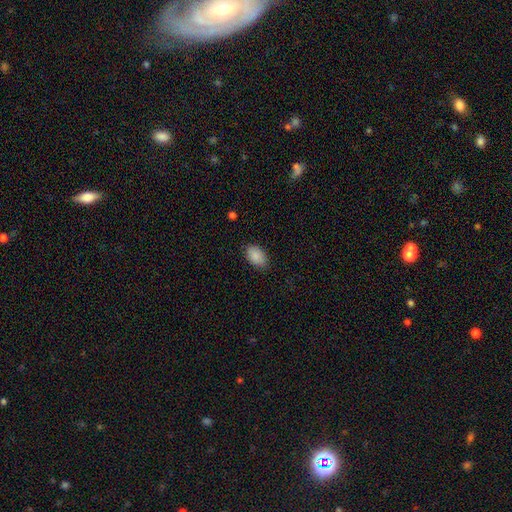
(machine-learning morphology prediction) Smooth or featured: smooth — 89% (star or artifact — 7%)
How rounded: in between — 90% (round — 9%)
Merging: none — 84% (minor disturbance — 12%)